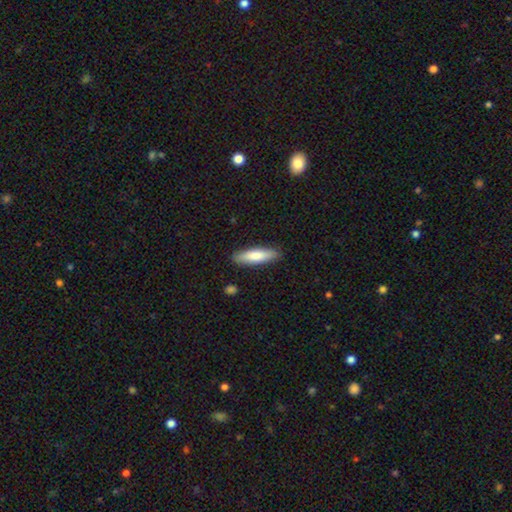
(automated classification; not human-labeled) Smooth or featured? Predicted: smooth (p=0.79). How rounded? Predicted: cigar-shaped (p=0.60). Merging? Predicted: none (p=0.88).